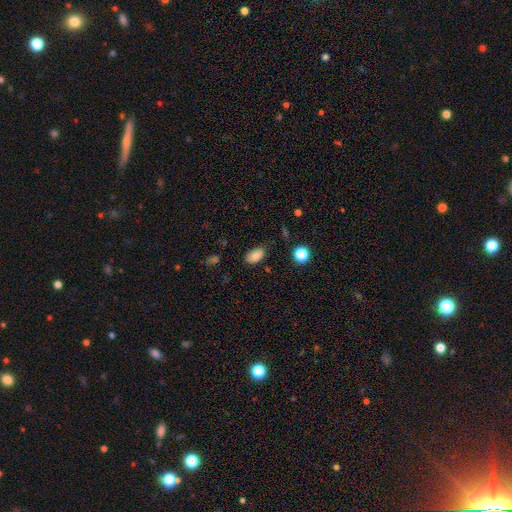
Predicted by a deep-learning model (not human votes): Q: Smooth or featured?
A: smooth (83%); runner-up: star or artifact (10%)
Q: How rounded?
A: in between (91%); runner-up: round (7%)
Q: Merging?
A: none (81%); runner-up: minor disturbance (14%)